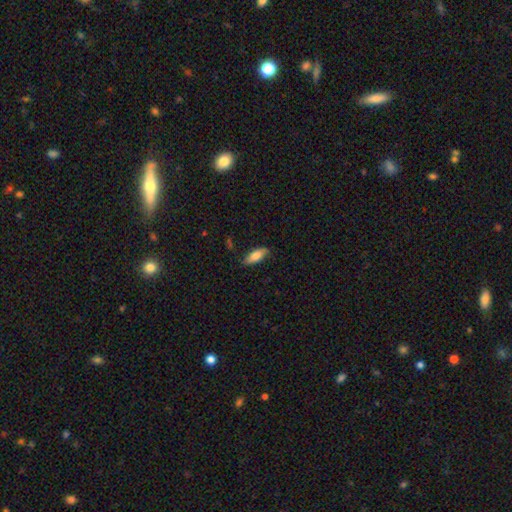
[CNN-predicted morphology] type=smooth (77%); roundness=in between (65%); merging=none (81%).